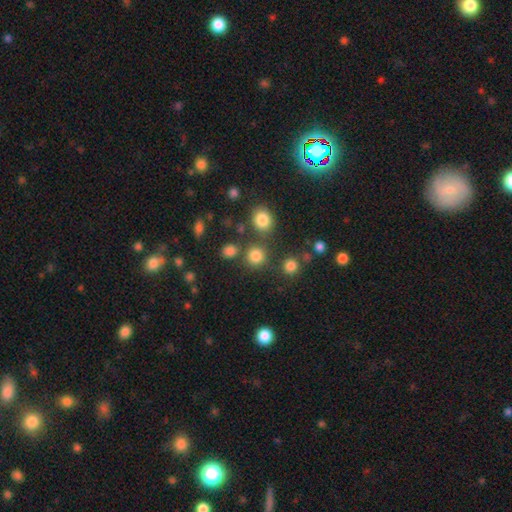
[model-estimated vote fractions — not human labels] Overall: smooth (80%). How rounded: round (90%). Merging: none (76%).